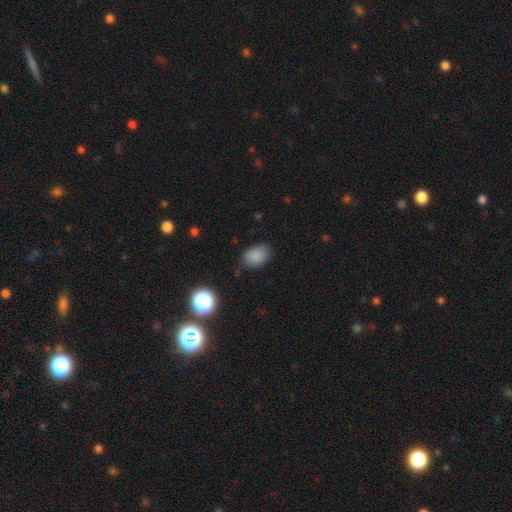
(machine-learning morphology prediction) A smooth galaxy with no disk features (84%) that is in between round and cigar-shaped (79%).

Vote fractions:
- Smooth or featured? smooth: 84% / star or artifact: 11% / featured or disk: 6%
- How rounded? in between: 79% / round: 20% / cigar-shaped: 1%
- Merging? none: 79% / minor disturbance: 16% / major disturbance: 4% / merger: 2%